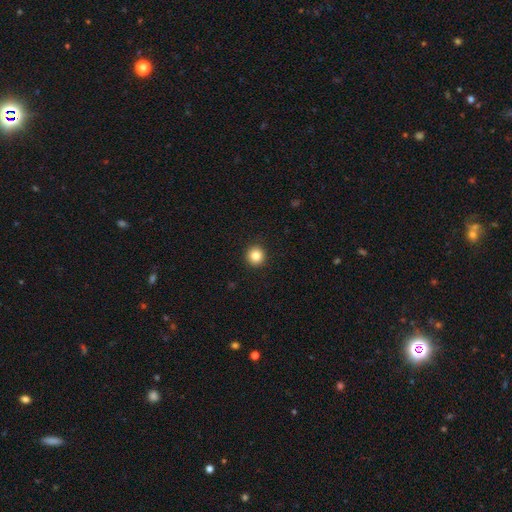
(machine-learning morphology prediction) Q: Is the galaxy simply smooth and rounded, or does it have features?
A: smooth — 85%.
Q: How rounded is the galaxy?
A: round — 95%.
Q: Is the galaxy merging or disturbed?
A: none — 93%.